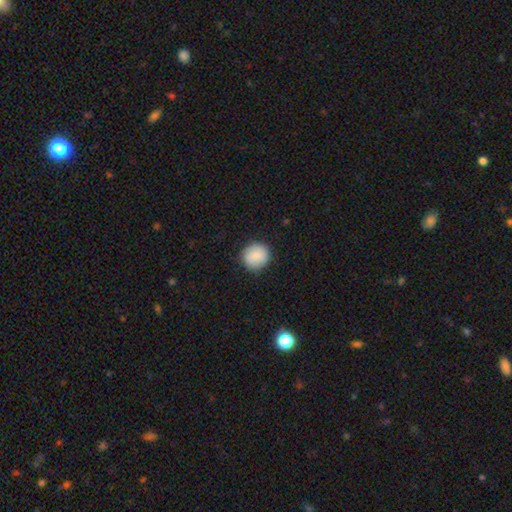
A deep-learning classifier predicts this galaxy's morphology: Smooth or featured?
  - smooth: 88% *
  - star or artifact: 7%
  - featured or disk: 5%
How rounded?
  - round: 91% *
  - in between: 8%
  - cigar-shaped: 1%
Merging?
  - none: 89% *
  - minor disturbance: 8%
  - major disturbance: 2%
  - merger: 1%